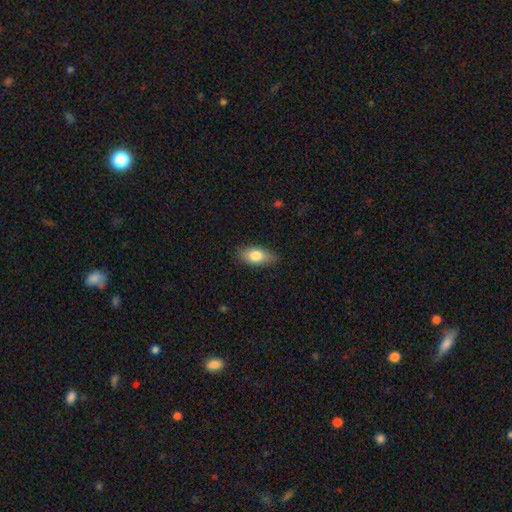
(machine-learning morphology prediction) type=smooth (80%); roundness=in between (87%); merging=none (82%).